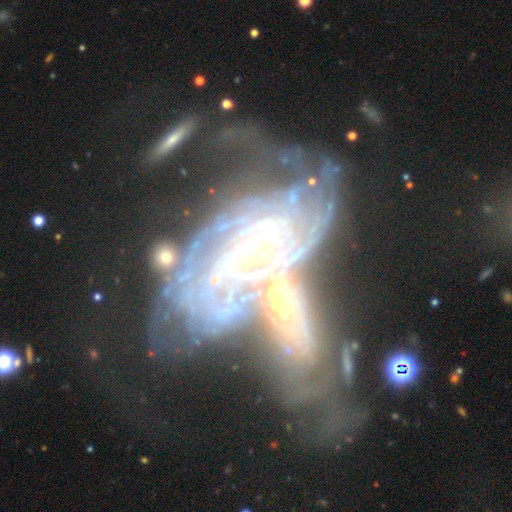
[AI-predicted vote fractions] Smooth or featured? Predicted: featured or disk (p=0.83). Edge-on disk? Predicted: no (p=0.94). Bar? Predicted: no (p=0.65). Spiral arms? Predicted: yes (p=0.86). Spiral winding? Predicted: tight (p=0.60). Spiral arm count? Predicted: can't tell (p=0.47). Bulge size? Predicted: small (p=0.69). Merging? Predicted: merger (p=0.52).